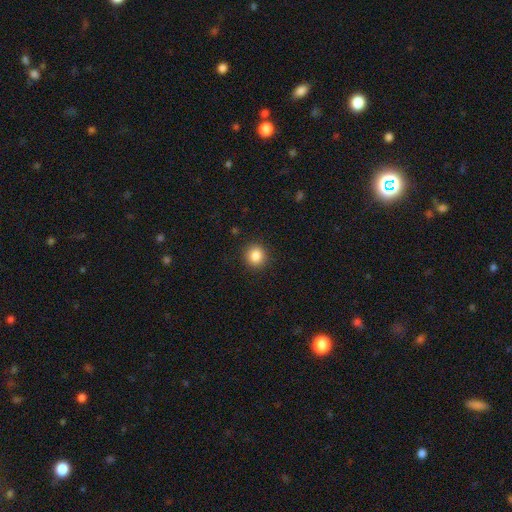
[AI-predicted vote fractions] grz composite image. It shows a smooth galaxy with no disk features (85%) that is round (87%). Merging: none (91%).